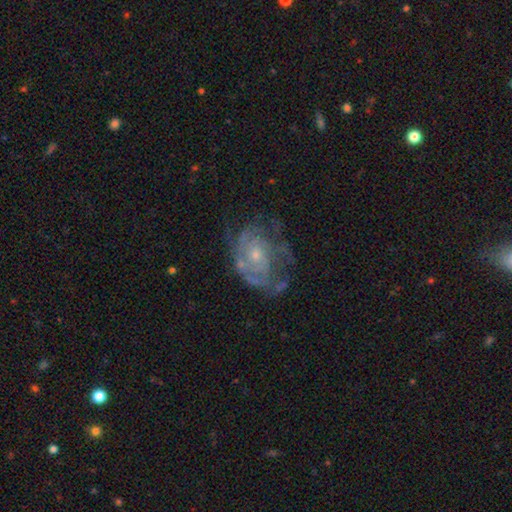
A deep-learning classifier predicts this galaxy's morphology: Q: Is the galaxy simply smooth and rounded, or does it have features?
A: featured or disk — 80%.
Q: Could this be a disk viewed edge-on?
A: no — 97%.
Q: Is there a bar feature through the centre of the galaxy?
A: no — 79%.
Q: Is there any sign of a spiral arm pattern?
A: yes — 83%.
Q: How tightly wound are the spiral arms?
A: tight — 59%.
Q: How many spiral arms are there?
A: can't tell — 44%.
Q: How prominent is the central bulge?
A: small — 64%.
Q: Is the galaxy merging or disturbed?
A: none — 53%.